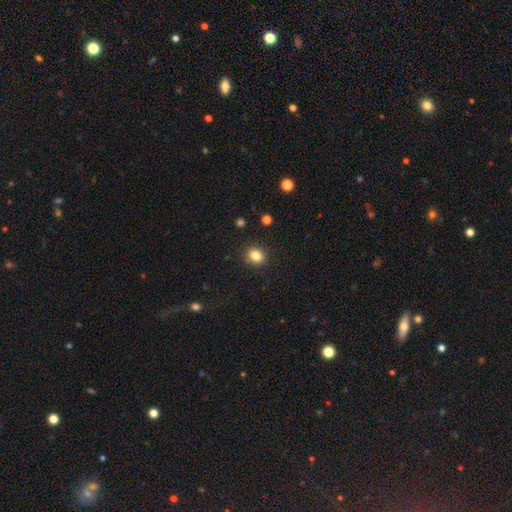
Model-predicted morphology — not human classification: smooth_or_featured: smooth (p=0.84) [alt: star or artifact p=0.11]
how_rounded: round (p=0.59) [alt: in between p=0.40]
merging: none (p=0.88) [alt: minor disturbance p=0.08]